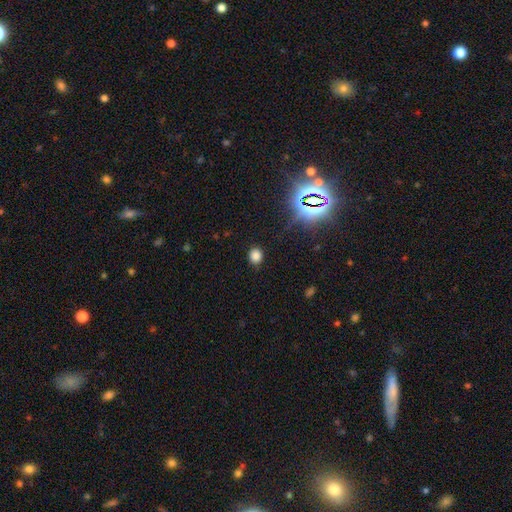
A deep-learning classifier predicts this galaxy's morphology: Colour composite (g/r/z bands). It shows a smooth galaxy with no disk features (79%) that is round (73%). Merging: none (88%).